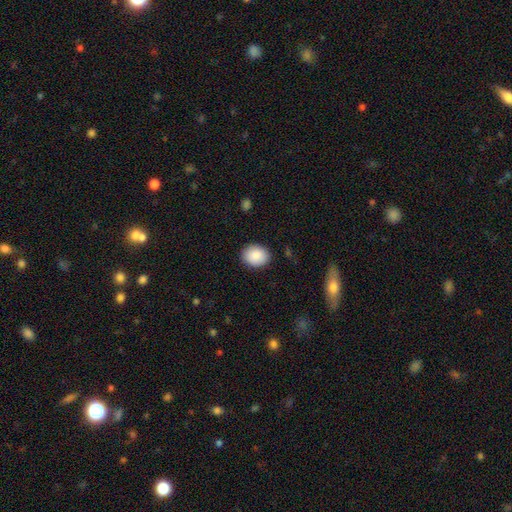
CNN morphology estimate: A smooth galaxy with no disk features (89%) that is in between round and cigar-shaped (53%).

Vote fractions:
- Smooth or featured? smooth: 89% / star or artifact: 7% / featured or disk: 5%
- How rounded? in between: 53% / round: 47% / cigar-shaped: 1%
- Merging? none: 88% / minor disturbance: 8% / major disturbance: 2% / merger: 1%